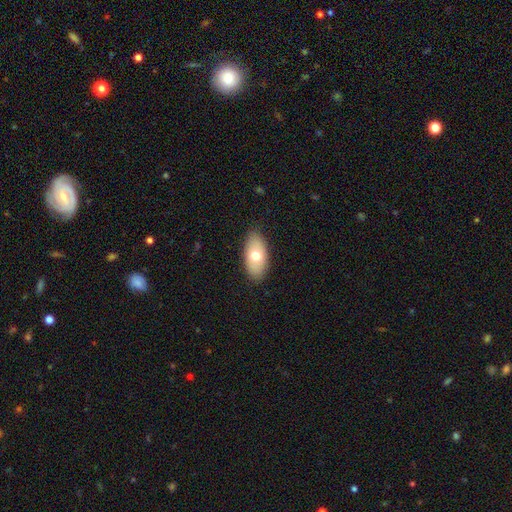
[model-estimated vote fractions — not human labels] A smooth galaxy with no disk features (68%) that is in between round and cigar-shaped (92%). Merging: none (85%).